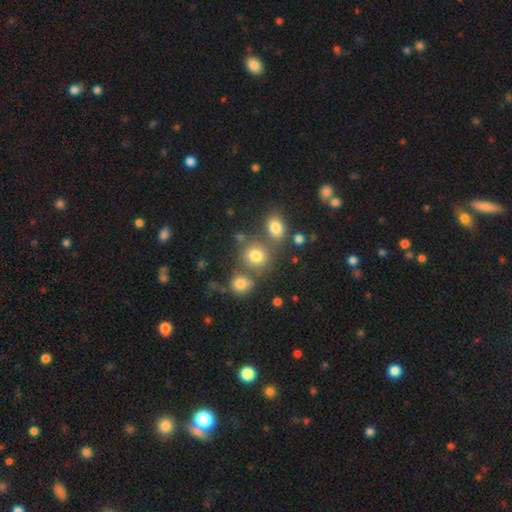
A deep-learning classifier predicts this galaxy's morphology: A smooth galaxy with no disk features (77%) that is round (78%). Merging: none (59%).